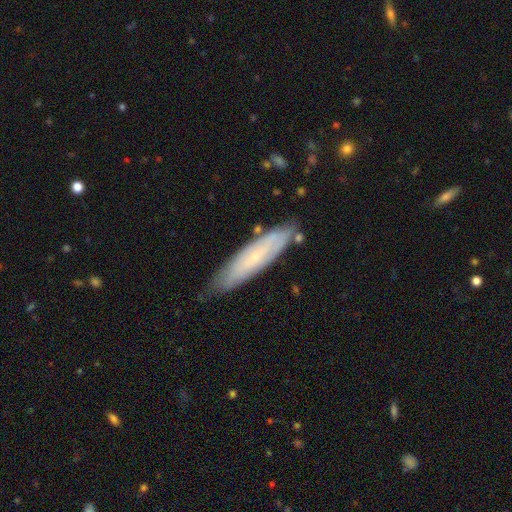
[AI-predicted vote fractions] smooth_or_featured: smooth (p=0.48) [alt: featured or disk p=0.44]
merging: none (p=0.77) [alt: minor disturbance p=0.18]